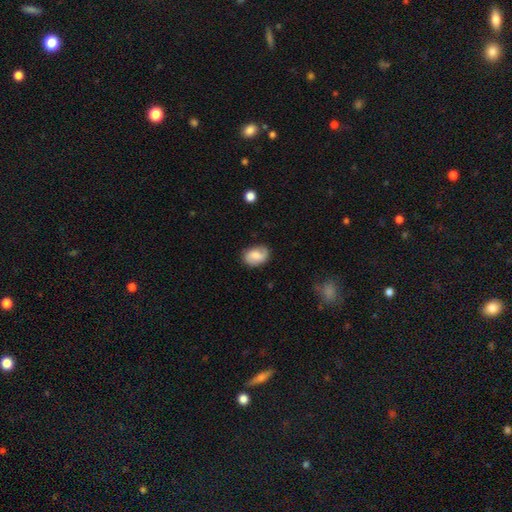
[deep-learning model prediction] A smooth galaxy with no disk features (61%) that is in between round and cigar-shaped (74%).

Vote fractions:
- Smooth or featured? smooth: 61% / featured or disk: 31% / star or artifact: 8%
- How rounded? in between: 74% / round: 25% / cigar-shaped: 1%
- Merging? none: 79% / minor disturbance: 16% / major disturbance: 4% / merger: 1%